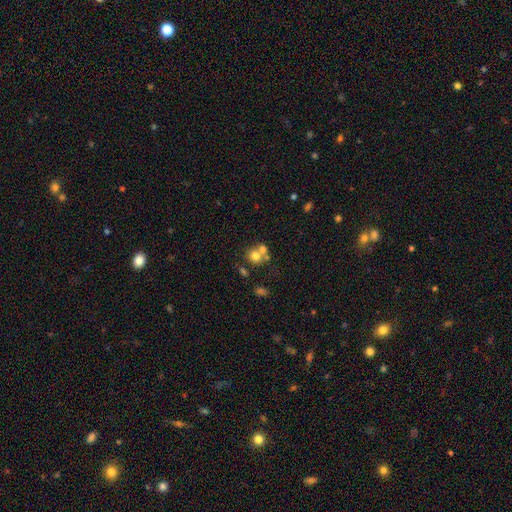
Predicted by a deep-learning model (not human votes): smooth_or_featured: smooth (p=0.70) [alt: featured or disk p=0.17]
how_rounded: round (p=0.79) [alt: in between p=0.20]
merging: merger (p=0.50) [alt: none p=0.39]